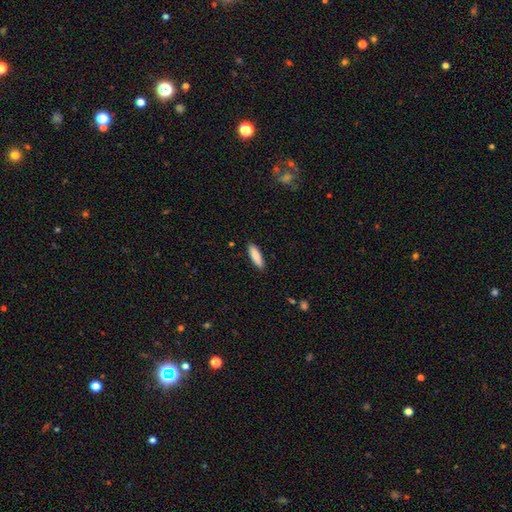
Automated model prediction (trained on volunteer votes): Q: Smooth or featured?
A: smooth (86%); runner-up: featured or disk (8%)
Q: How rounded?
A: cigar-shaped (60%); runner-up: in between (39%)
Q: Merging?
A: none (89%); runner-up: minor disturbance (8%)